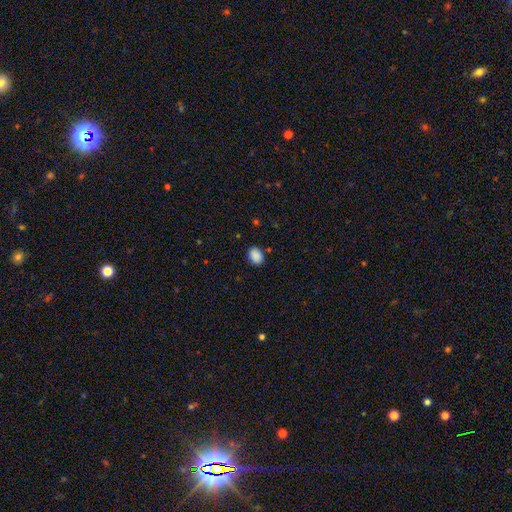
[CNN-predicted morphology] Smooth or featured? Predicted: smooth (p=0.88). How rounded? Predicted: in between (p=0.66). Merging? Predicted: none (p=0.84).